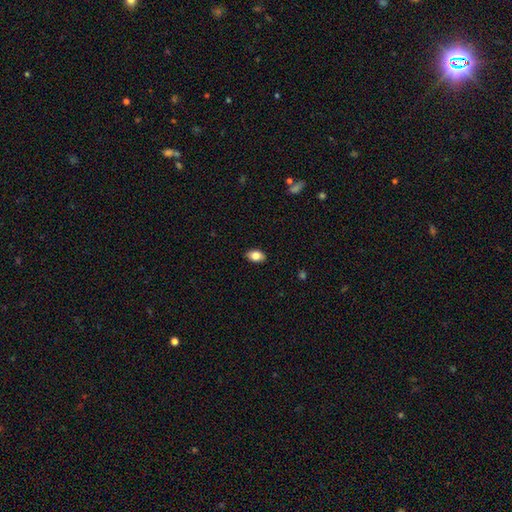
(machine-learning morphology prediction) This is clearly a smooth galaxy (82%). How rounded: clearly in between (88%). Merging: clearly none (88%).